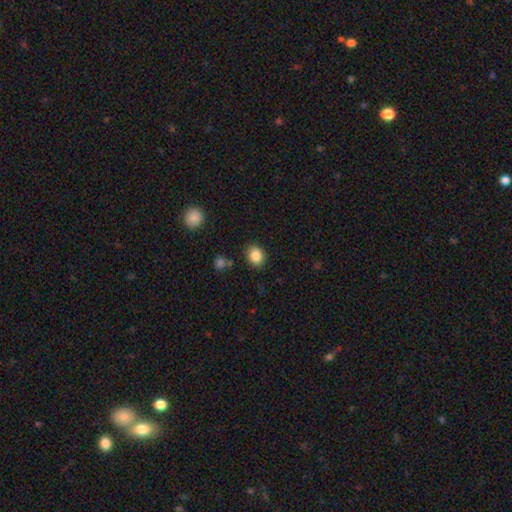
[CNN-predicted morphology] The model was most divided on "how rounded": round: 55%, in between: 44%, cigar-shaped: 1%. More confident: smooth or featured — smooth (85%); merging — none (85%).